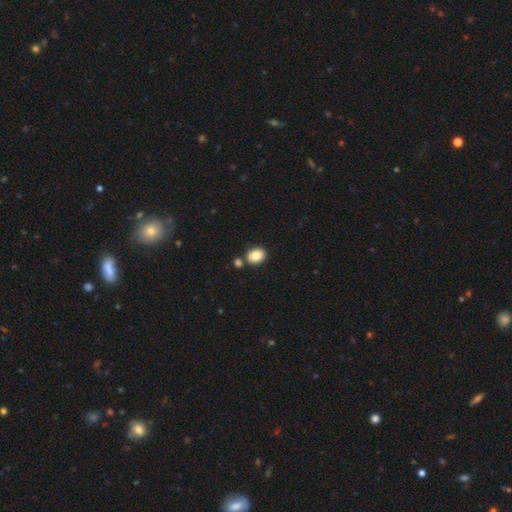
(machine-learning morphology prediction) This appears to be a smooth galaxy with no disk features (83%) that is in between round and cigar-shaped (59%). Merging: none (73%).